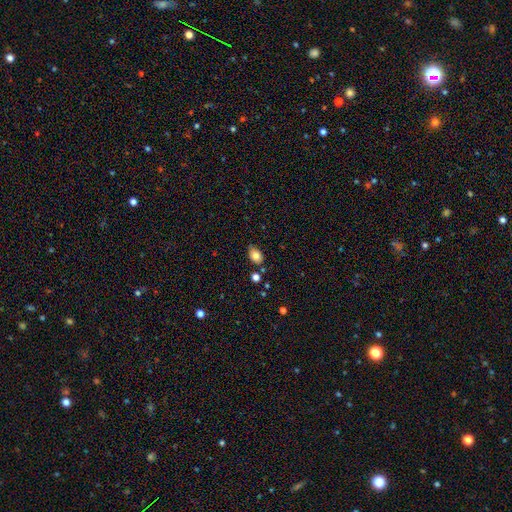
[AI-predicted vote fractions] smooth-or-featured: smooth: 78% | featured or disk: 12% | star or artifact: 10%
  how-rounded: in between: 79% | round: 19% | cigar-shaped: 1%
  merging: none: 72% | minor disturbance: 19% | merger: 5% | major disturbance: 3%